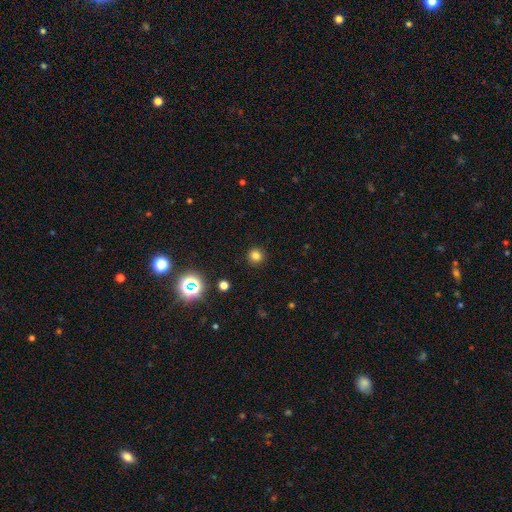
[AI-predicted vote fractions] smooth 79%, star or artifact 16%, featured or disk 5%. Down the decision tree: how rounded — round (94%); merging — none (91%).